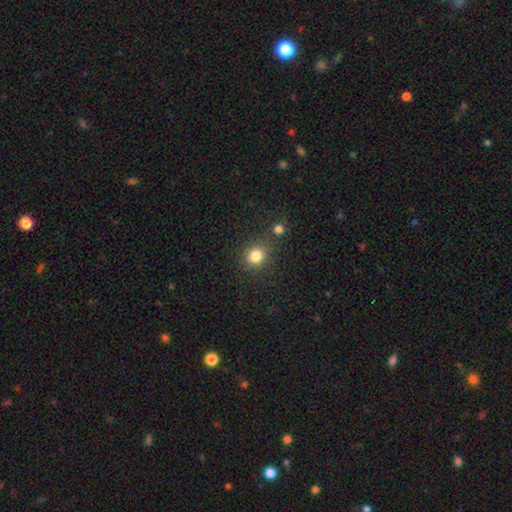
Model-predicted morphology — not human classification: Smooth or featured? smooth (82%)
How rounded? round (82%)
Merging? none (74%)